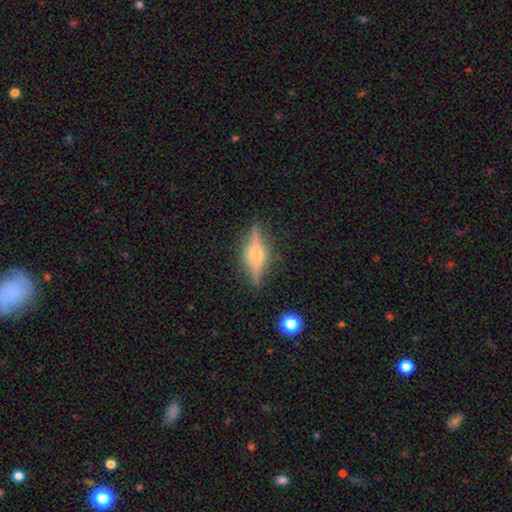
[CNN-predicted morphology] This is likely a featured or disk galaxy (78%). It is clearly viewed edge-on (96%). Edge-on bulge: clearly rounded (88%). Merging: clearly none (86%).